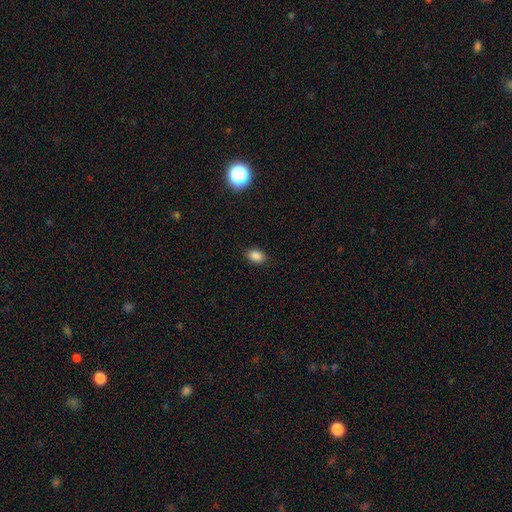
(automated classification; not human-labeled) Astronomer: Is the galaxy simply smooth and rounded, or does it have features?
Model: smooth — 86%.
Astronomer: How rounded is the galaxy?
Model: in between — 83%.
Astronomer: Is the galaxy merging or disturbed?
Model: none — 87%.